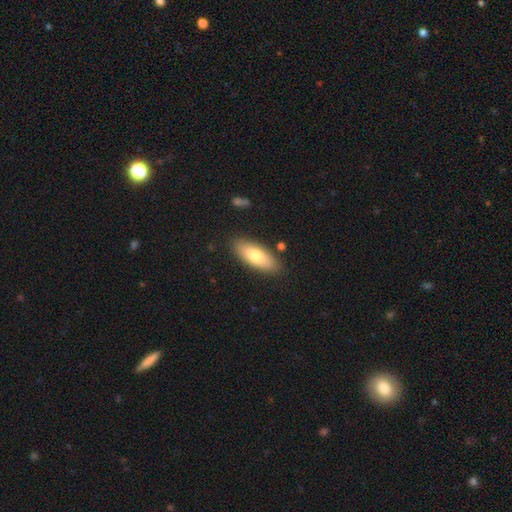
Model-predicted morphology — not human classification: Smooth or featured? smooth (73%)
How rounded? in between (73%)
Merging? none (86%)